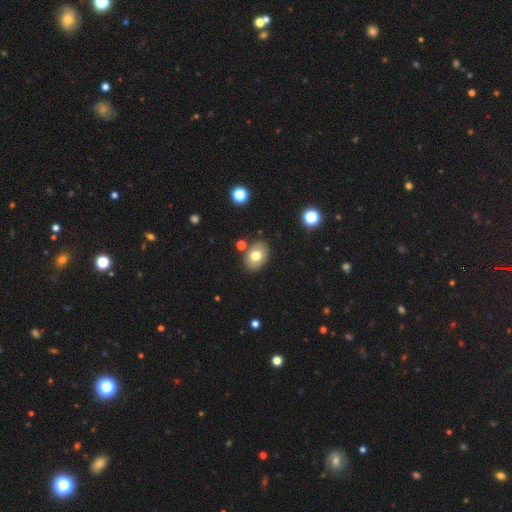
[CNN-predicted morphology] smooth-or-featured: smooth: 74% | featured or disk: 18% | star or artifact: 9%
  how-rounded: in between: 75% | round: 24% | cigar-shaped: 1%
  merging: none: 83% | minor disturbance: 10% | merger: 5% | major disturbance: 3%